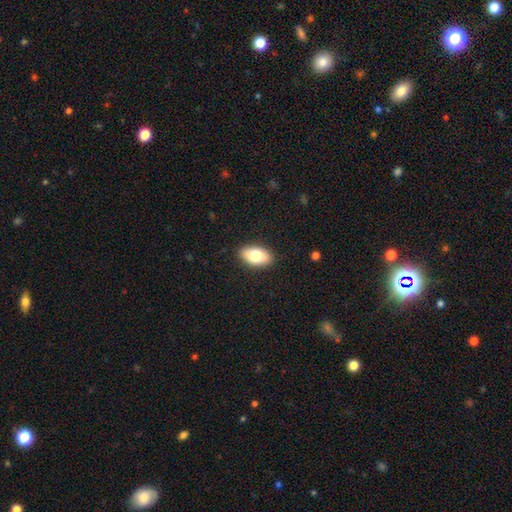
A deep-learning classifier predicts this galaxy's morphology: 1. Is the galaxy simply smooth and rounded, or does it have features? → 80% smooth, 13% featured or disk, 7% star or artifact.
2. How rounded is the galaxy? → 93% in between, 4% round, 2% cigar-shaped.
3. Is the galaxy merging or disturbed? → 89% none, 8% minor disturbance, 2% major disturbance, 1% merger.